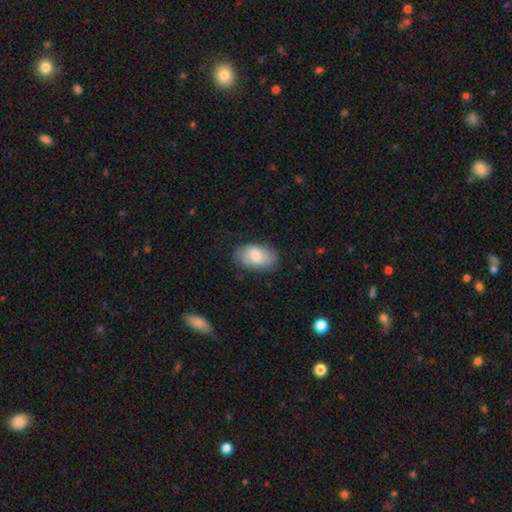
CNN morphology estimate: Q: Smooth or featured?
A: smooth (74%); runner-up: featured or disk (19%)
Q: How rounded?
A: in between (92%); runner-up: round (6%)
Q: Merging?
A: none (77%); runner-up: minor disturbance (18%)